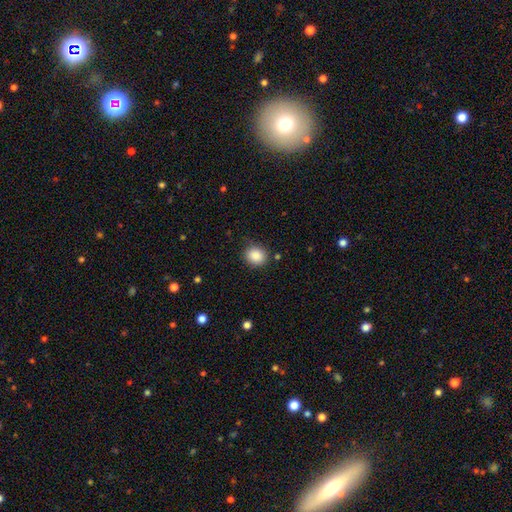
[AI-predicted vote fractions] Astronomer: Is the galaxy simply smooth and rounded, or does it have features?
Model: smooth — 88%.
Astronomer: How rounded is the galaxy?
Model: round — 68%.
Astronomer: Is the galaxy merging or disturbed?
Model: none — 81%.